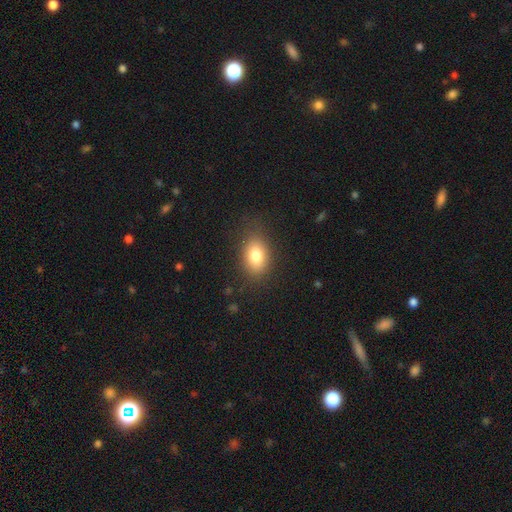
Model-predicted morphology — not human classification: Q: Smooth or featured?
A: smooth (80%); runner-up: featured or disk (10%)
Q: How rounded?
A: in between (79%); runner-up: round (20%)
Q: Merging?
A: none (81%); runner-up: minor disturbance (13%)